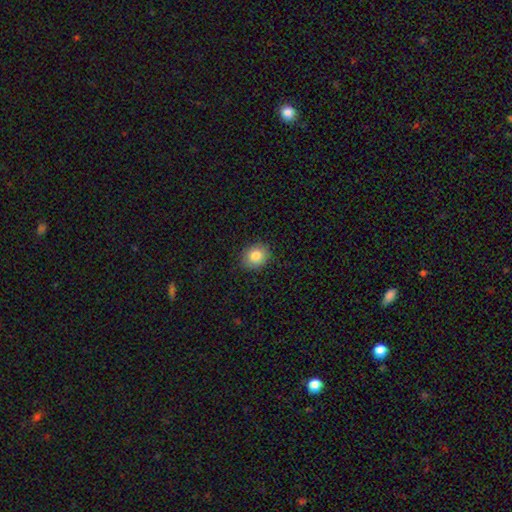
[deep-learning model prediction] This appears to be a smooth galaxy with no disk features (83%) that is round (61%). Merging: none (88%).